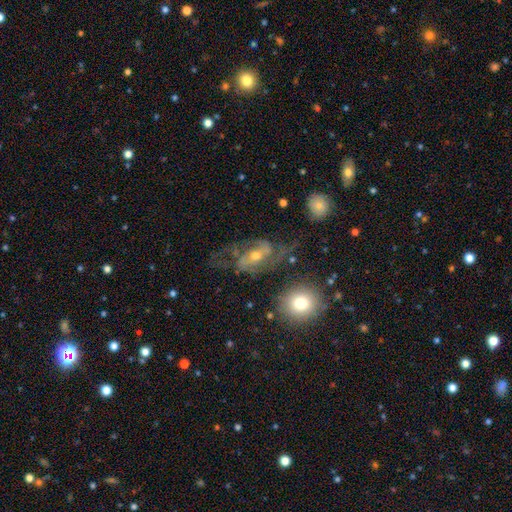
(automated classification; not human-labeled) Morphology: type=featured or disk (76%); edge-on=no (94%); bar=no (40%); spiral arms=yes (87%); winding=loose (44%); arm count=2 (82%); bulge=moderate (53%); merging=none (42%).